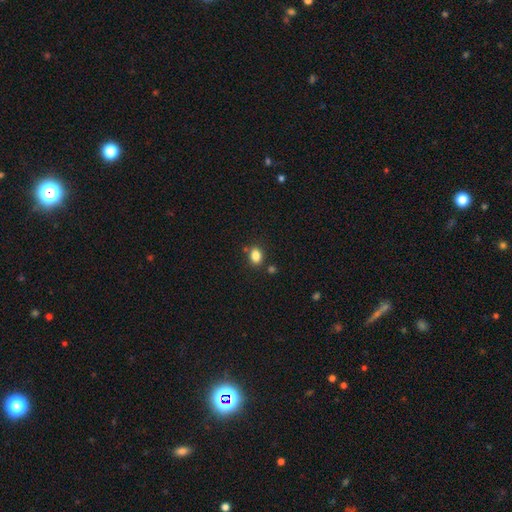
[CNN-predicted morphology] smooth-or-featured: smooth: 84% | star or artifact: 11% | featured or disk: 5%
  how-rounded: in between: 68% | round: 30% | cigar-shaped: 1%
  merging: none: 78% | minor disturbance: 11% | merger: 8% | major disturbance: 3%